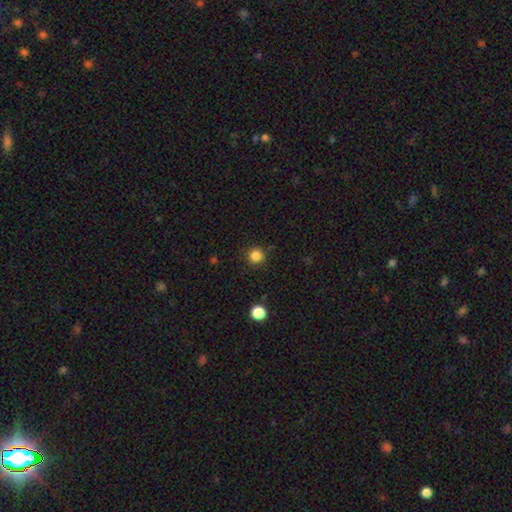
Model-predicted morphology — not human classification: This is clearly a smooth galaxy (84%). How rounded: clearly round (95%). Merging: clearly none (89%).